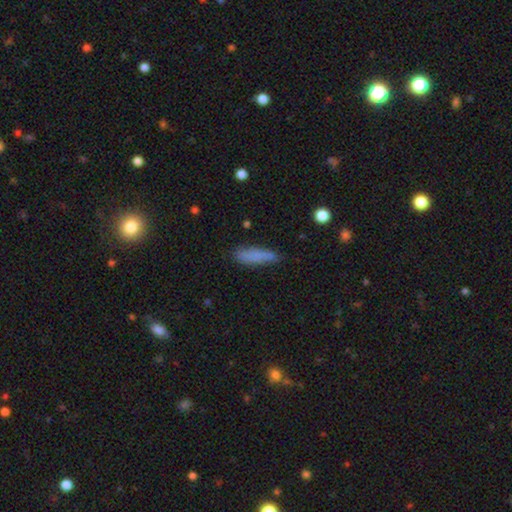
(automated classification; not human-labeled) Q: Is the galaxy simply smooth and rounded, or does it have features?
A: smooth — 81%.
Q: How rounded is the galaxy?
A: cigar-shaped — 72%.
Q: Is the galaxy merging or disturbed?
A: none — 72%.